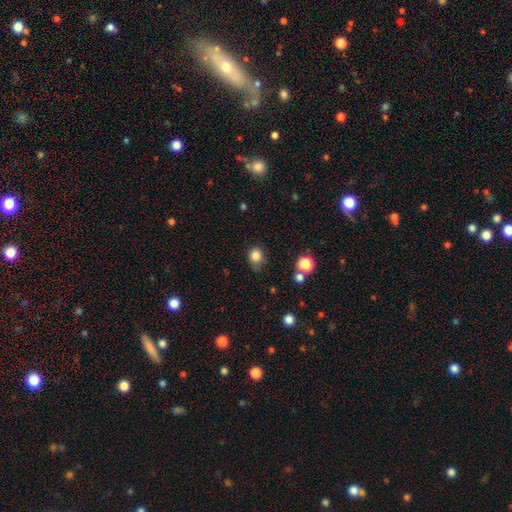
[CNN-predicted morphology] Q: Smooth or featured?
A: smooth (83%); runner-up: star or artifact (12%)
Q: How rounded?
A: round (68%); runner-up: in between (31%)
Q: Merging?
A: none (70%); runner-up: minor disturbance (22%)